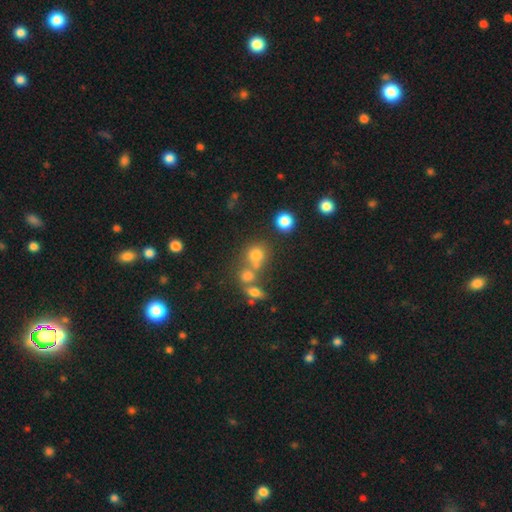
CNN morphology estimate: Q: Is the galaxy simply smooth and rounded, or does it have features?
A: smooth — 69%.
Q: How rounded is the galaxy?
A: round — 80%.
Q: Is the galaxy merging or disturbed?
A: none — 48%.